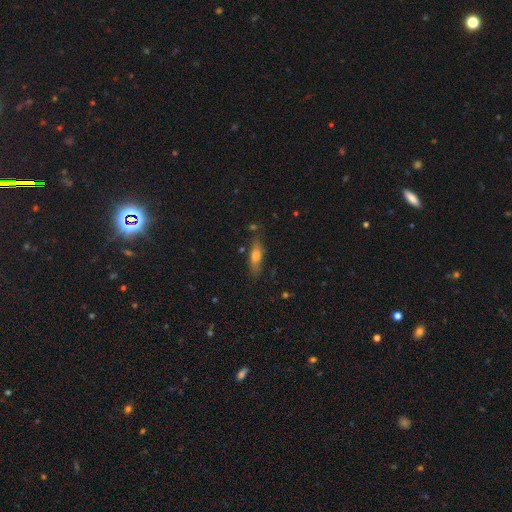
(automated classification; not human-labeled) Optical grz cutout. It shows a smooth galaxy with no disk features (62%) that is cigar-shaped (54%). Merging: none (78%).